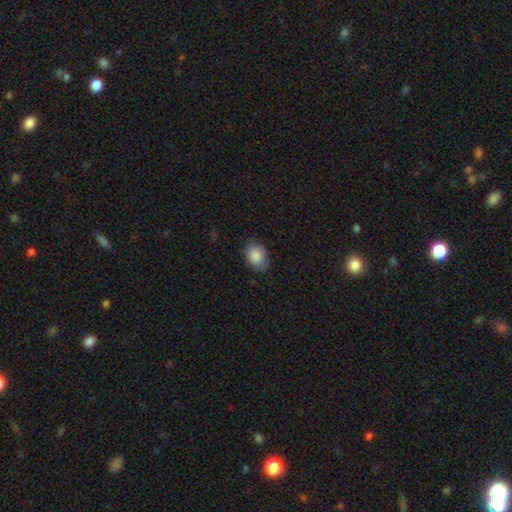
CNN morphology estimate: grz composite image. It shows a smooth galaxy with no disk features (86%) that is in between round and cigar-shaped (71%). Merging: none (76%).